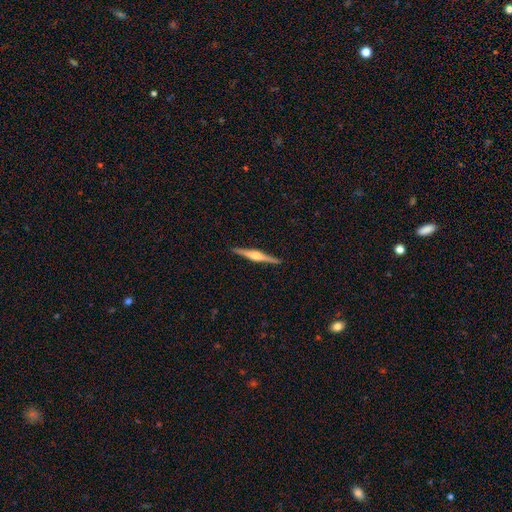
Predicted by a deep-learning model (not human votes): featured or disk 79%, smooth 16%, star or artifact 5%. Down the decision tree: edge-on disk — yes (99%); edge-on bulge — rounded (85%); merging — none (92%).